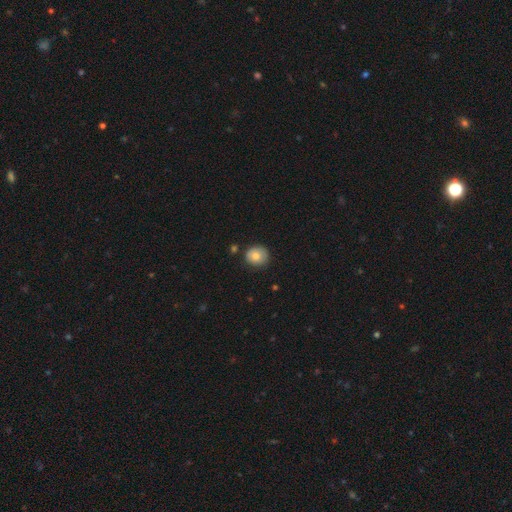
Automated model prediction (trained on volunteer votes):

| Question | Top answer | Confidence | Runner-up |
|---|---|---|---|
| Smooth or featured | smooth | 82% | featured or disk (9%) |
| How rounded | round | 83% | in between (16%) |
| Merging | none | 78% | minor disturbance (16%) |